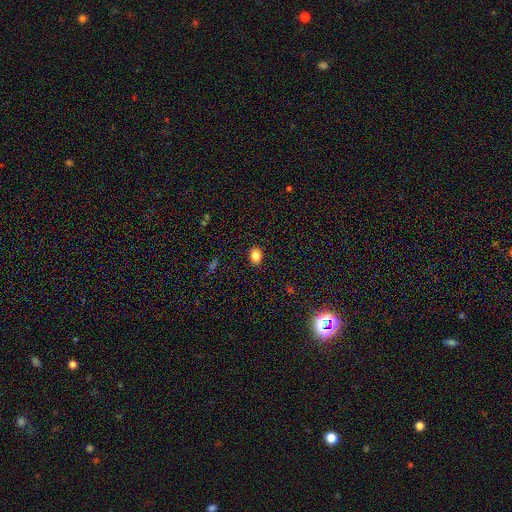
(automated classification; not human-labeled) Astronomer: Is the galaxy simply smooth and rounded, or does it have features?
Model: smooth — 84%.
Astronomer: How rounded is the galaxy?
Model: in between — 68%.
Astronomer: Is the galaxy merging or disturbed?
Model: none — 89%.